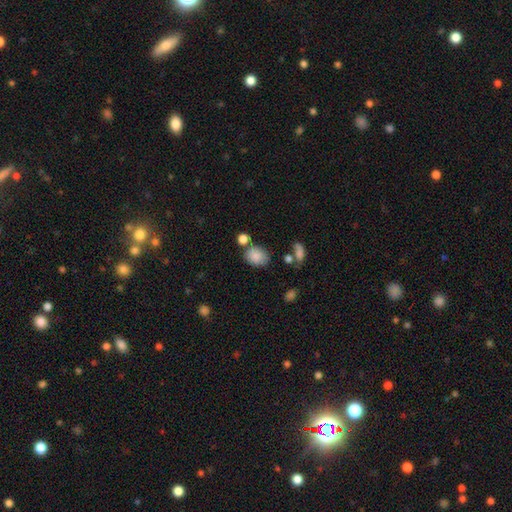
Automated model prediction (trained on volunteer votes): Q: Smooth or featured?
A: smooth (85%); runner-up: star or artifact (9%)
Q: How rounded?
A: in between (63%); runner-up: round (36%)
Q: Merging?
A: none (60%); runner-up: minor disturbance (18%)